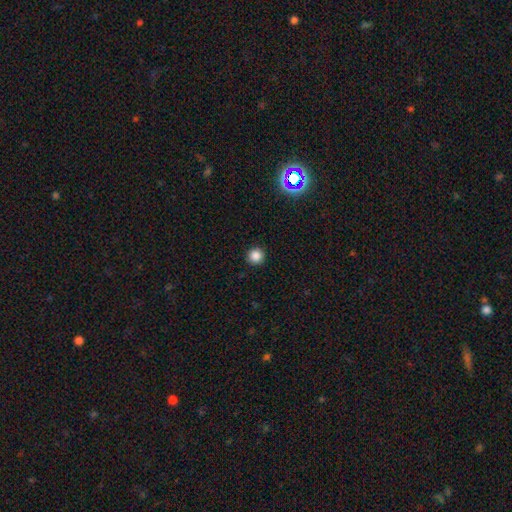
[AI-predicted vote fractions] This is clearly a smooth galaxy (85%). How rounded: clearly round (95%). Merging: clearly none (92%).